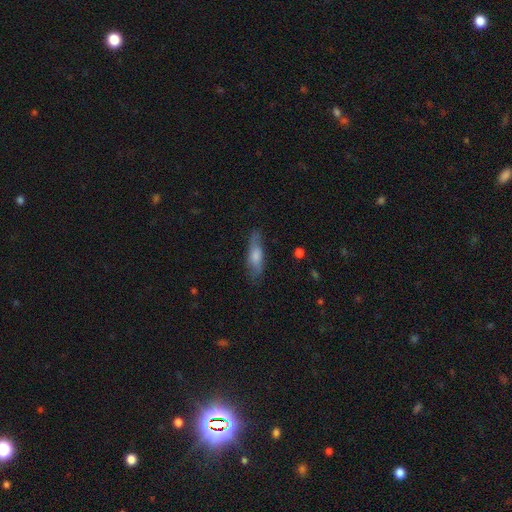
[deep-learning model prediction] smooth_or_featured: smooth (p=0.60) [alt: featured or disk p=0.33]
how_rounded: cigar-shaped (p=0.55) [alt: in between p=0.43]
merging: none (p=0.74) [alt: minor disturbance p=0.19]